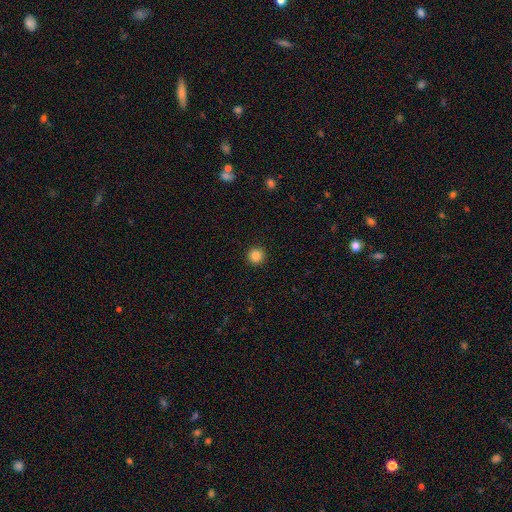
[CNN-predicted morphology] This appears to be a smooth galaxy with no disk features (85%) that is round (96%). Merging: none (93%).